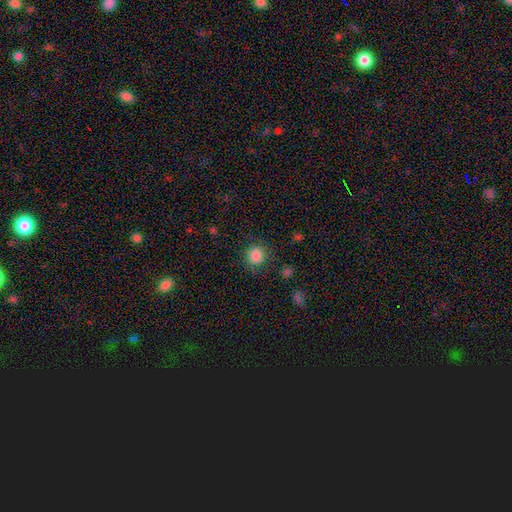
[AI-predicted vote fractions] Overall: smooth (86%). How rounded: round (91%). Merging: none (86%).